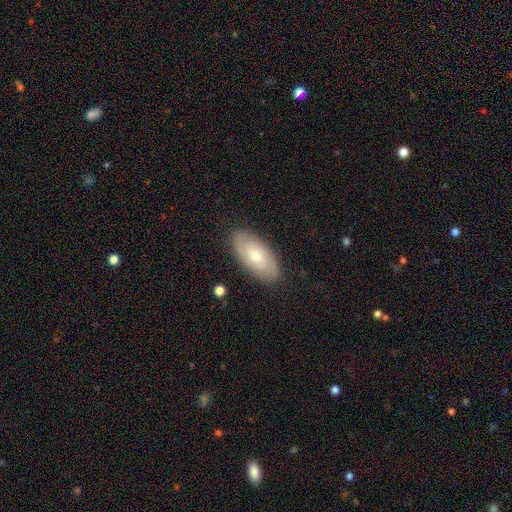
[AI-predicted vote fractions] Smooth or featured? featured or disk (51%)
Edge-on disk? no (90%)
Merging? none (86%)